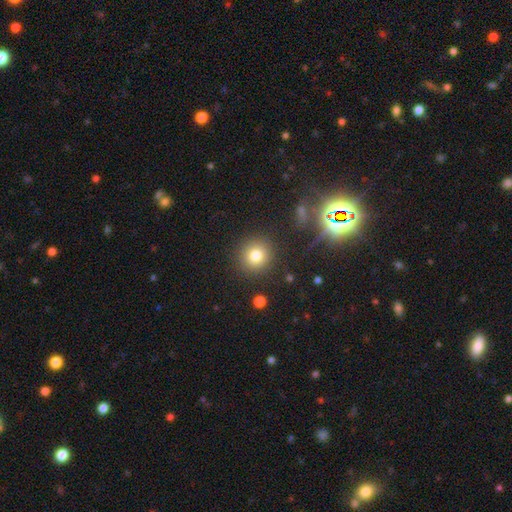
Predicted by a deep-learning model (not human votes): Smooth or featured?
  - smooth: 78% *
  - star or artifact: 14%
  - featured or disk: 8%
How rounded?
  - round: 92% *
  - in between: 7%
  - cigar-shaped: 1%
Merging?
  - none: 88% *
  - minor disturbance: 7%
  - major disturbance: 3%
  - merger: 2%